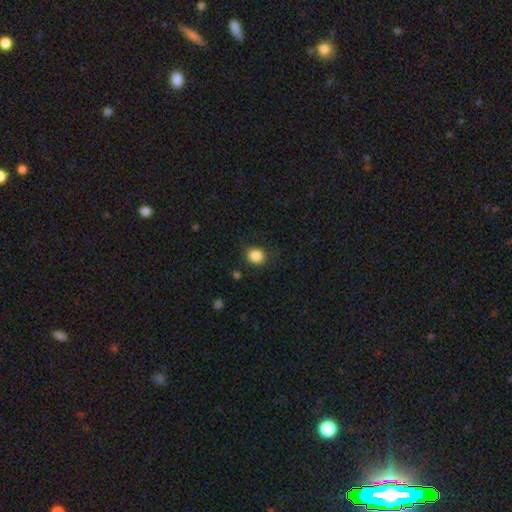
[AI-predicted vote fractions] smooth_or_featured: smooth (p=0.86) [alt: star or artifact p=0.10]
how_rounded: round (p=0.79) [alt: in between p=0.20]
merging: none (p=0.86) [alt: minor disturbance p=0.09]